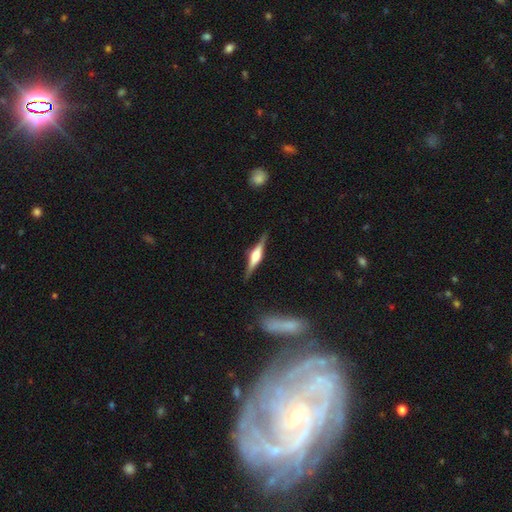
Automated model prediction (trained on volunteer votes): This appears to be a featured or disk galaxy (76%) viewed edge-on (98%) with a rounded central bulge (74%). Merging: none (87%).